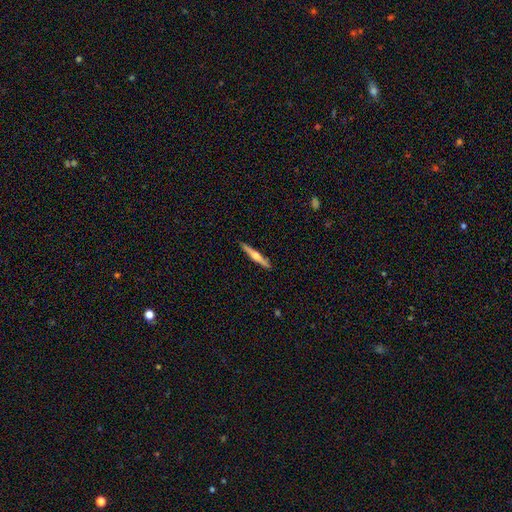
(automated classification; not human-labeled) This is likely a featured or disk galaxy (60%). It is clearly viewed edge-on (98%). Edge-on bulge: clearly rounded (85%). Merging: clearly none (91%).